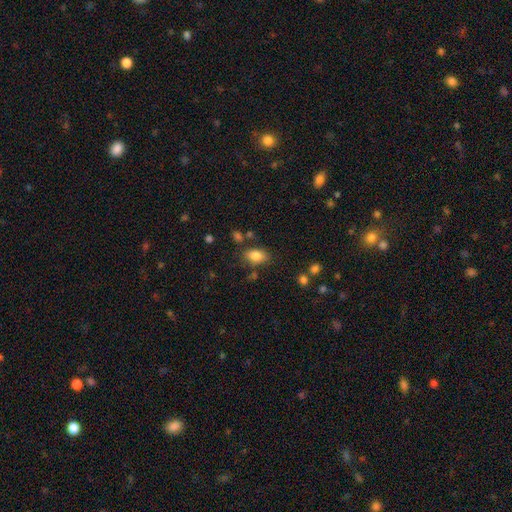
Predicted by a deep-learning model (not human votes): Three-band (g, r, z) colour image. It shows a smooth galaxy with no disk features (83%) that is in between round and cigar-shaped (87%). Merging: none (75%).